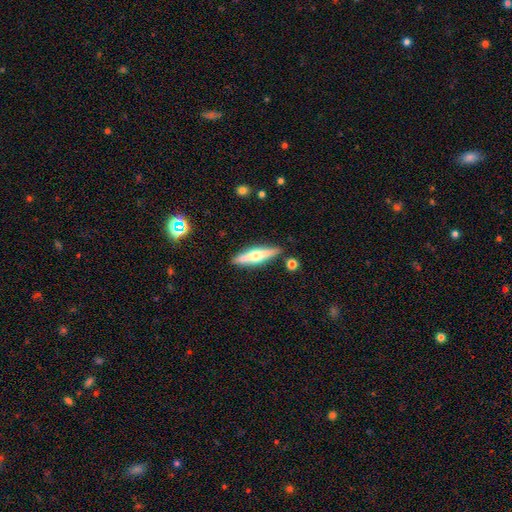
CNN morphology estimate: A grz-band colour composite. It shows a featured or disk galaxy (62%) viewed edge-on (95%) with a rounded central bulge (91%). Merging: none (81%).